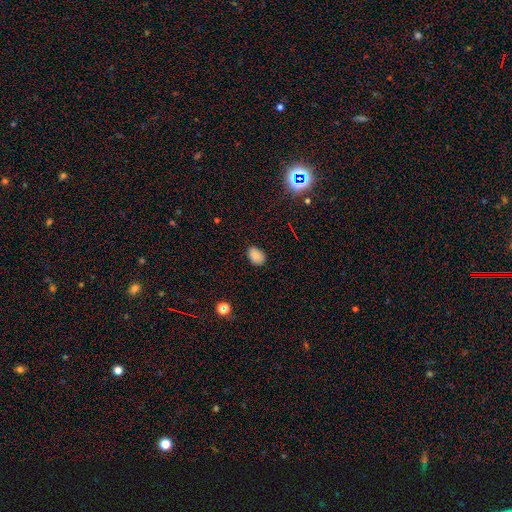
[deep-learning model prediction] Smooth or featured? Predicted: smooth (p=0.83). How rounded? Predicted: in between (p=0.77). Merging? Predicted: none (p=0.83).